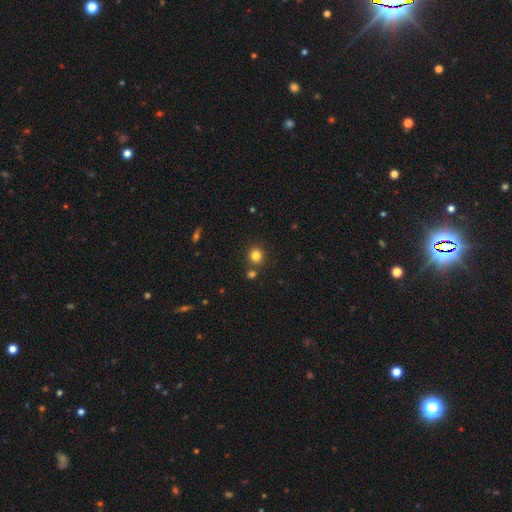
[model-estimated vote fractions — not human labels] This is clearly a smooth galaxy (81%). How rounded: clearly round (90%). Merging: likely none (80%).